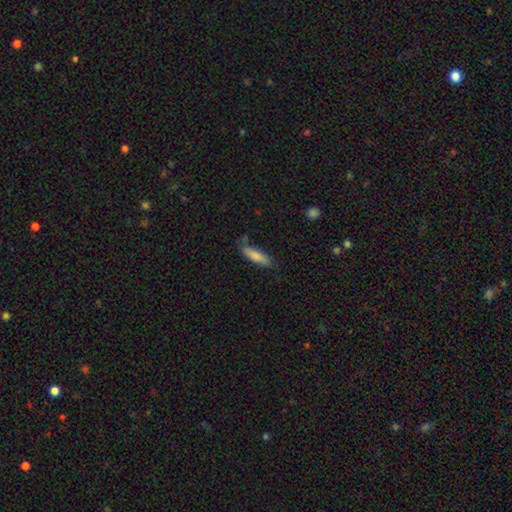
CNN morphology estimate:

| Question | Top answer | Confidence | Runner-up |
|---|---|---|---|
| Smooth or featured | smooth | 82% | featured or disk (12%) |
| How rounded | cigar-shaped | 60% | in between (38%) |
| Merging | none | 73% | minor disturbance (20%) |